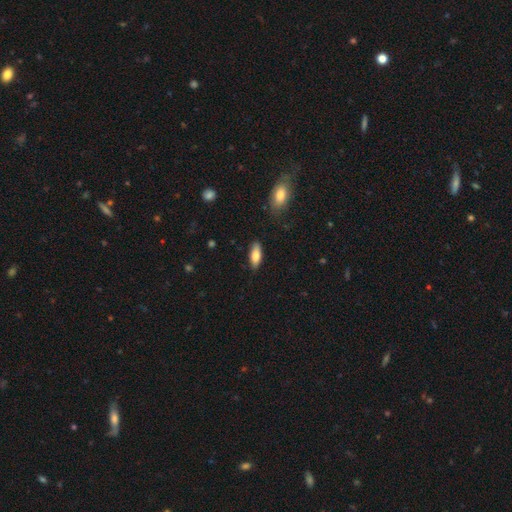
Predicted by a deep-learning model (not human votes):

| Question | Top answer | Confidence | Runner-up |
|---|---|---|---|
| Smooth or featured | smooth | 81% | featured or disk (13%) |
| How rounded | in between | 73% | cigar-shaped (25%) |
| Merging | none | 82% | minor disturbance (14%) |